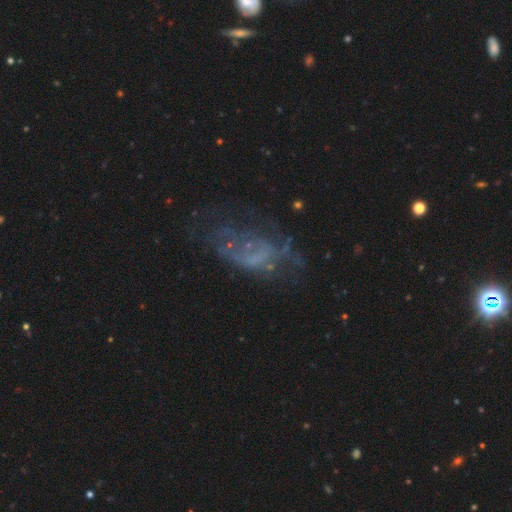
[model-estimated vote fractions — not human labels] Smooth or featured? Predicted: featured or disk (p=0.55). Edge-on disk? Predicted: no (p=0.96). Bar? Predicted: no (p=0.83). Spiral arms? Predicted: no (p=0.81). Bulge size? Predicted: none (p=0.72). Merging? Predicted: none (p=0.38, tied with major disturbance).